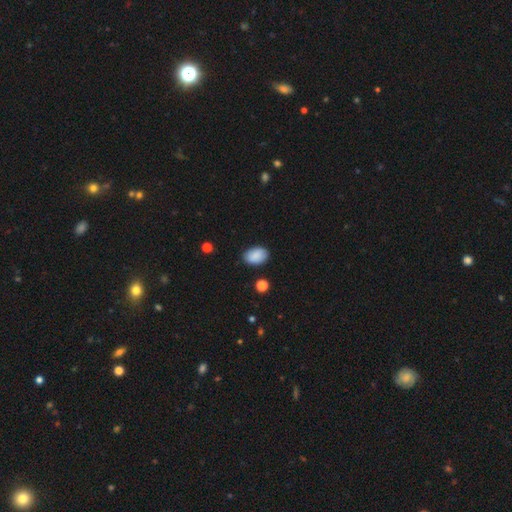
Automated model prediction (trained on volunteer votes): smooth 89%, star or artifact 7%, featured or disk 4%. Down the decision tree: how rounded — in between (89%); merging — none (84%).